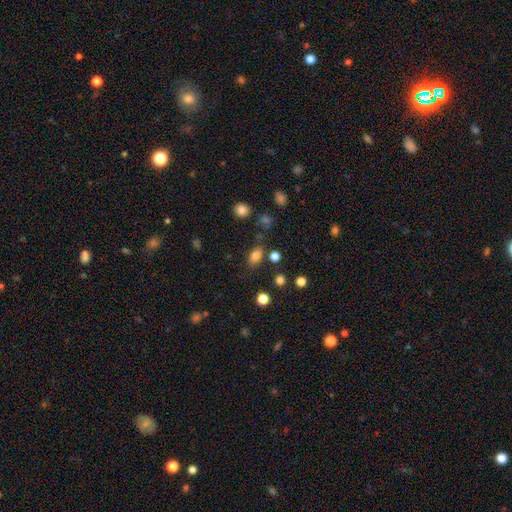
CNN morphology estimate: Smooth or featured? Predicted: smooth (p=0.81). How rounded? Predicted: in between (p=0.81). Merging? Predicted: none (p=0.77).